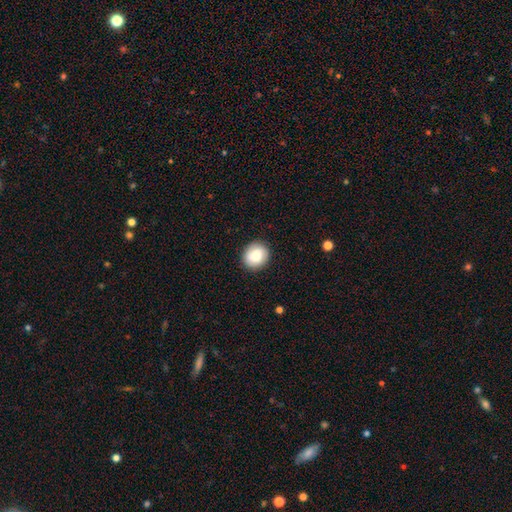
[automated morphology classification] smooth_or_featured: smooth (p=0.82) [alt: featured or disk p=0.10]
how_rounded: round (p=0.78) [alt: in between p=0.22]
merging: none (p=0.89) [alt: minor disturbance p=0.08]